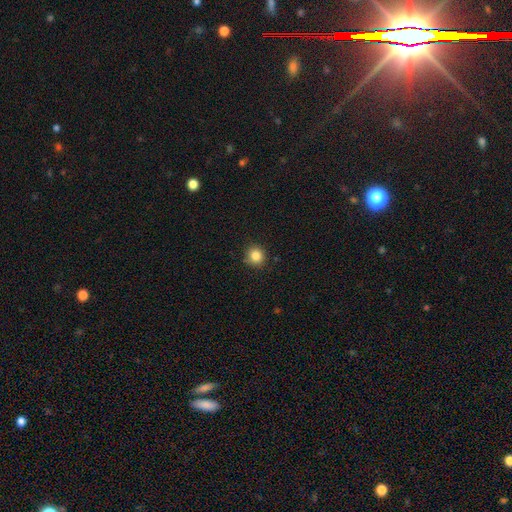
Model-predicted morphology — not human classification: This is clearly a smooth galaxy (84%). How rounded: clearly round (92%). Merging: clearly none (87%).